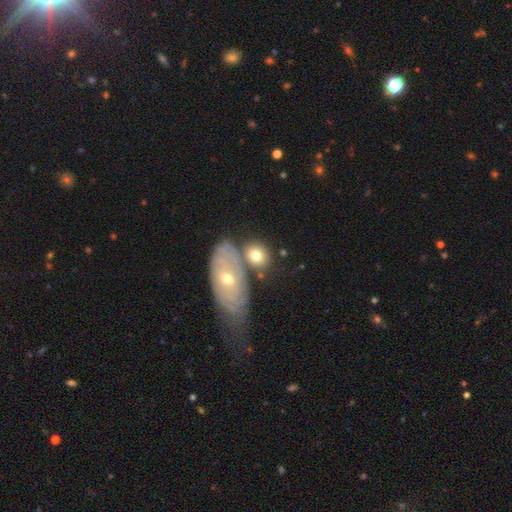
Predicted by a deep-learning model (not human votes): The model was most divided on "how rounded": in between: 51%, round: 46%, cigar-shaped: 3%. More confident: smooth or featured — smooth (66%); merging — none (57%).